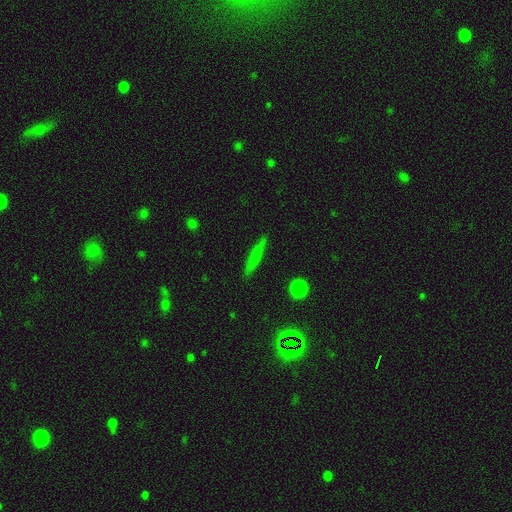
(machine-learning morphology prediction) smooth_or_featured: smooth (p=0.65) [alt: featured or disk p=0.26]
how_rounded: cigar-shaped (p=0.90) [alt: in between p=0.07]
merging: none (p=0.87) [alt: minor disturbance p=0.10]